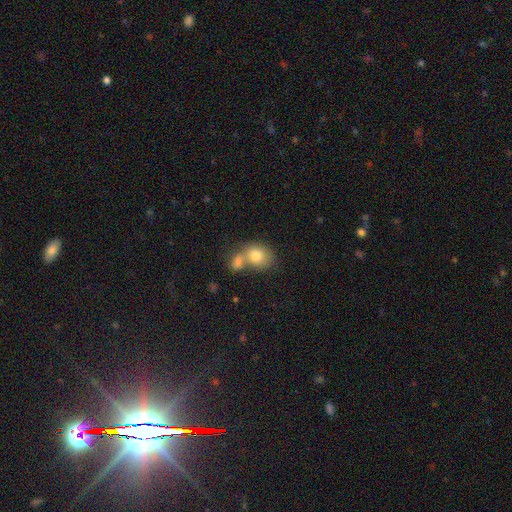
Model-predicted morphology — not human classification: Smooth or featured?
  - smooth: 79% *
  - featured or disk: 13%
  - star or artifact: 8%
How rounded?
  - round: 54% *
  - in between: 45%
  - cigar-shaped: 1%
Merging?
  - merger: 58% *
  - none: 28%
  - minor disturbance: 9%
  - major disturbance: 4%